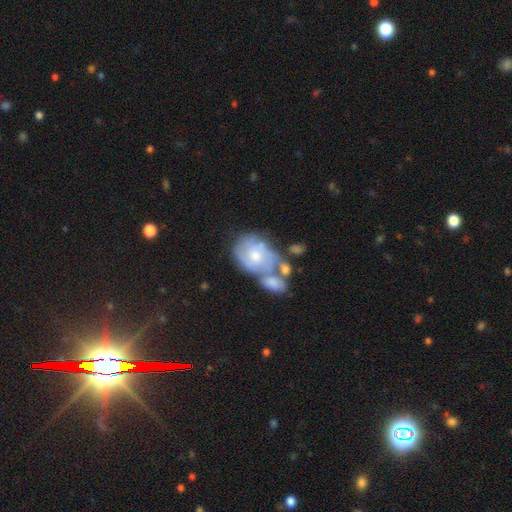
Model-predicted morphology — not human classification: Smooth or featured: featured or disk — 64% (smooth — 28%)
Edge-on disk: no — 97% (yes — 3%)
Bar: no — 78% (weak — 19%)
Spiral arms: yes — 71% (no — 29%)
Bulge size: moderate — 50% (small — 43%)
Merging: merger — 48% (none — 26%)